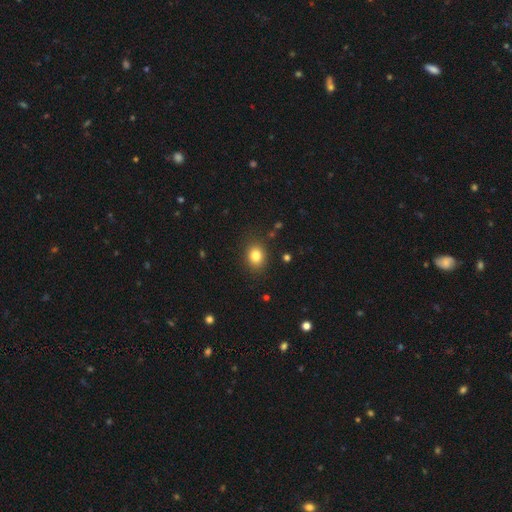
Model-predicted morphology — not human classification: type=smooth (82%); roundness=round (53%); merging=none (87%).